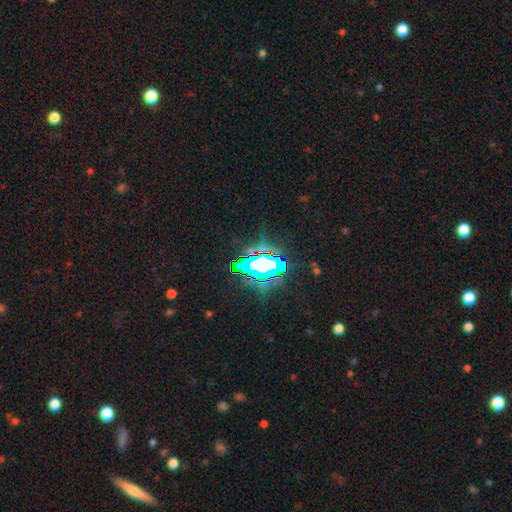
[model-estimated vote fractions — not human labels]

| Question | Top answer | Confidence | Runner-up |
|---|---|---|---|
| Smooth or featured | star or artifact | 69% | smooth (16%) |